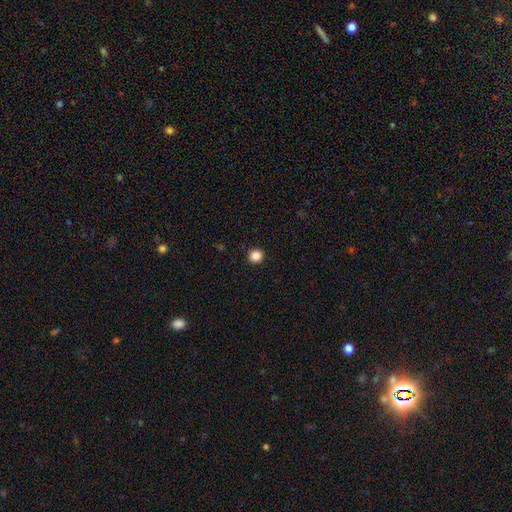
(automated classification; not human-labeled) This appears to be a smooth galaxy with no disk features (86%) that is round (91%). Merging: none (93%).